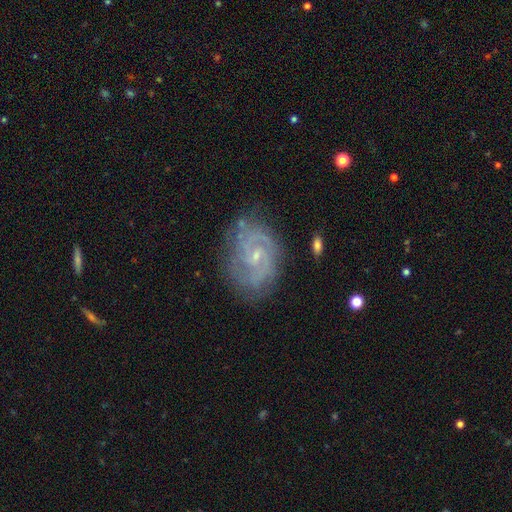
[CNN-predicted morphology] The model was most divided on "bar": no: 50%, weak: 42%, strong: 8%. Remaining: edge-on disk — no (97%); spiral arms — yes (96%); smooth or featured — featured or disk (85%); merging — none (76%); bulge size — small (74%); spiral arm count — 2 (60%); spiral winding — tight (50%).